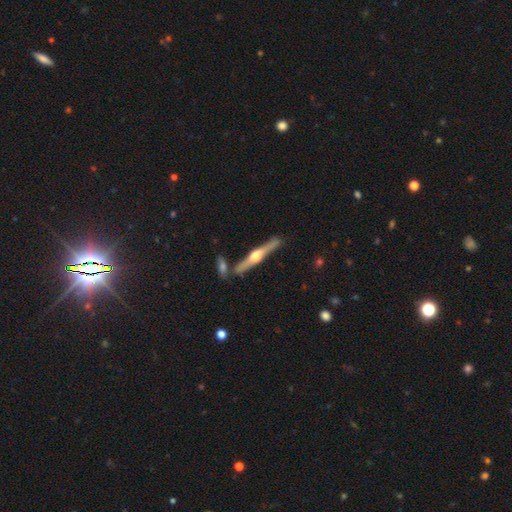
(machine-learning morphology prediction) The model was most divided on "smooth or featured": featured or disk: 74%, smooth: 21%, star or artifact: 5%. More confident: edge-on disk — yes (97%); edge-on bulge — rounded (94%); merging — none (81%).